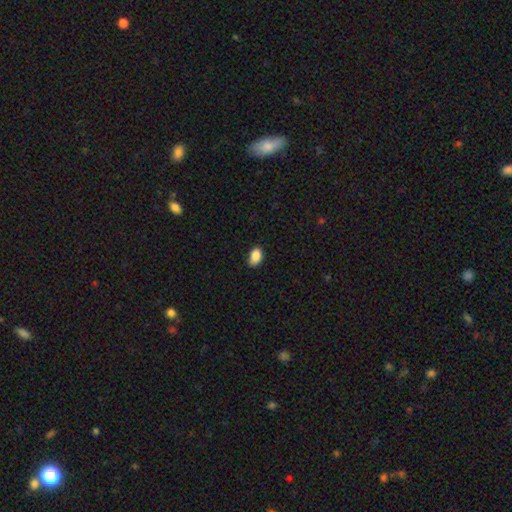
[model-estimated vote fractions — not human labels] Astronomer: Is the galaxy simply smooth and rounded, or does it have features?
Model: smooth — 87%.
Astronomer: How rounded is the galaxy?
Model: in between — 86%.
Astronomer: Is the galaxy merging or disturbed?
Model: none — 72%.